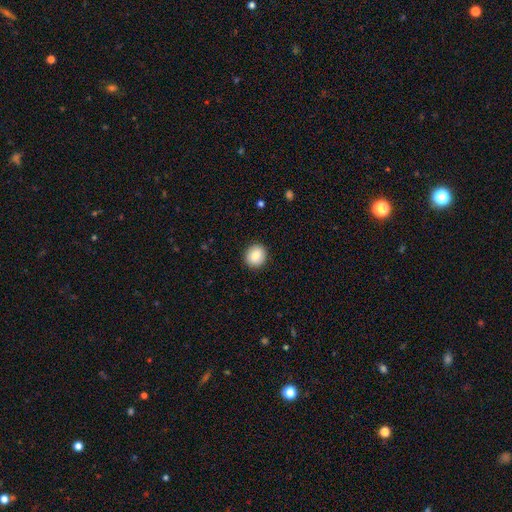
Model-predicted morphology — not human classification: Smooth or featured? Predicted: smooth (p=0.85). How rounded? Predicted: round (p=0.85). Merging? Predicted: none (p=0.91).